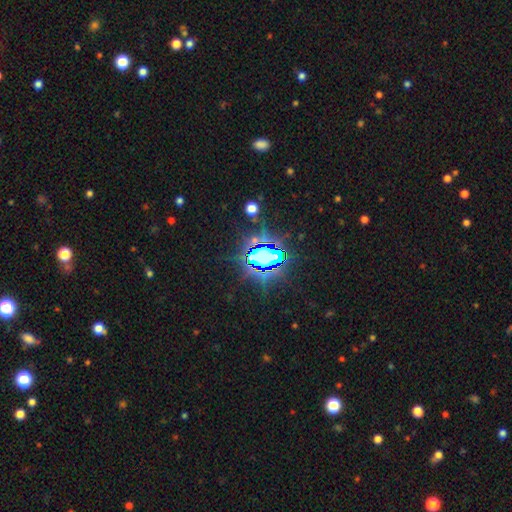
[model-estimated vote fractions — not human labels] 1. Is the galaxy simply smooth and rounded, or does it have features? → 80% star or artifact, 12% smooth, 8% featured or disk.